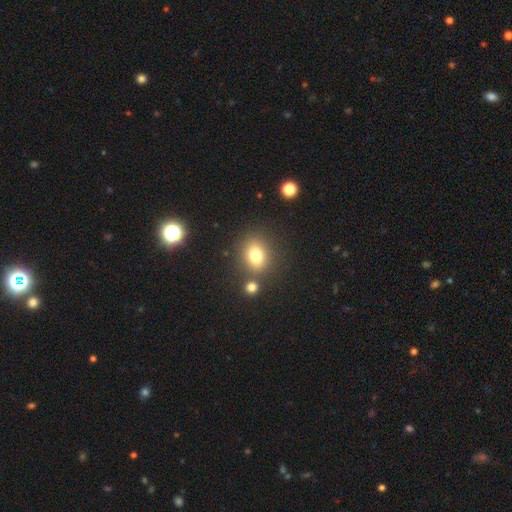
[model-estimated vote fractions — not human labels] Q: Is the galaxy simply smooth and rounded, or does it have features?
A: smooth — 77%.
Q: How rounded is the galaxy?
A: round — 59%.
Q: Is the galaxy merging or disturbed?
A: none — 74%.